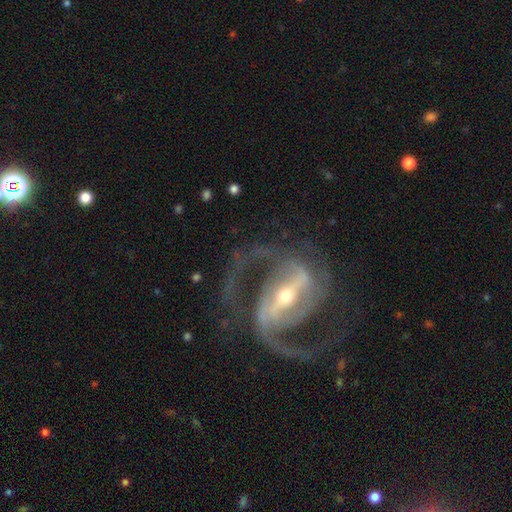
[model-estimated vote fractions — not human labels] The model was most divided on "bulge size": small: 54%, moderate: 41%, large: 3%, none: 1%, dominant: 1%. More confident: spiral arms — yes (98%); edge-on disk — no (97%); smooth or featured — featured or disk (93%); spiral arm count — 2 (88%); bar — strong (73%); merging — none (72%); spiral winding — medium (60%).